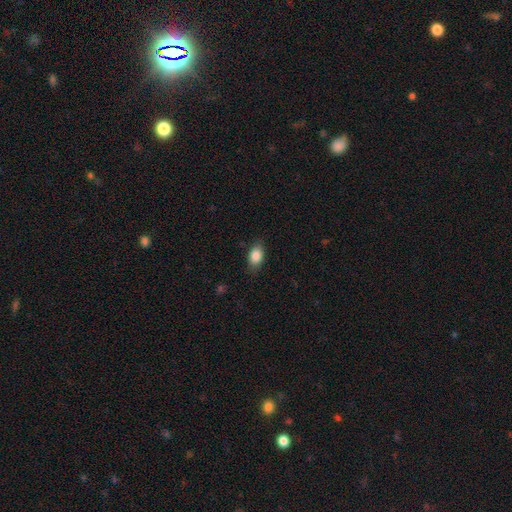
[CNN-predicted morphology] A smooth galaxy with no disk features (86%) that is in between round and cigar-shaped (86%). Merging: none (81%).